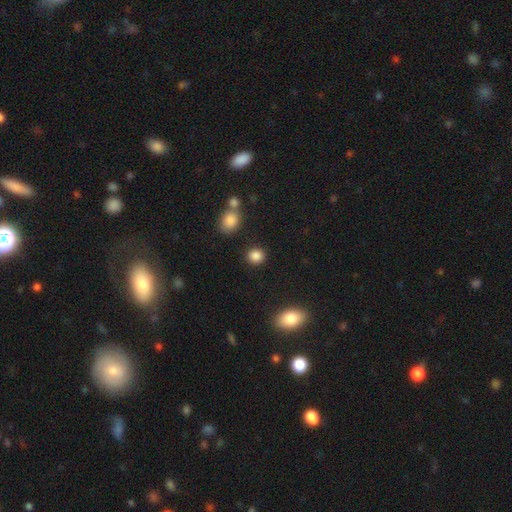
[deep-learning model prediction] smooth-or-featured: smooth: 86% | star or artifact: 10% | featured or disk: 4%
  how-rounded: round: 80% | in between: 19% | cigar-shaped: 1%
  merging: none: 86% | minor disturbance: 8% | merger: 3% | major disturbance: 3%